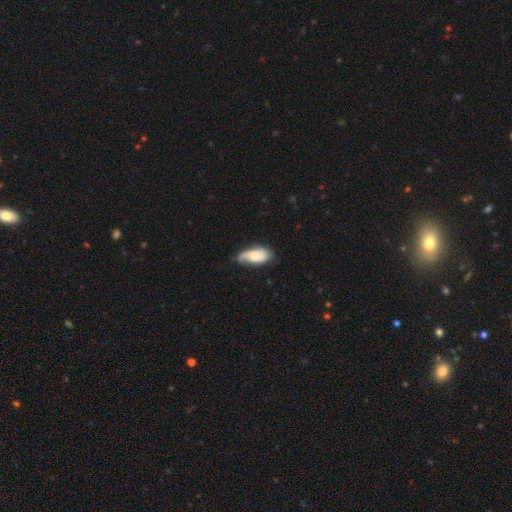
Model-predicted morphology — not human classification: featured or disk 48%, smooth 45%, star or artifact 7%. Down the decision tree: merging — none (67%).